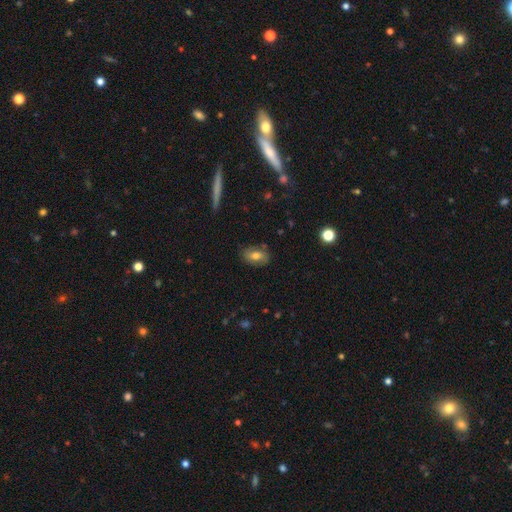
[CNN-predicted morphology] A smooth galaxy with no disk features (68%) that is in between round and cigar-shaped (85%). Merging: none (80%).